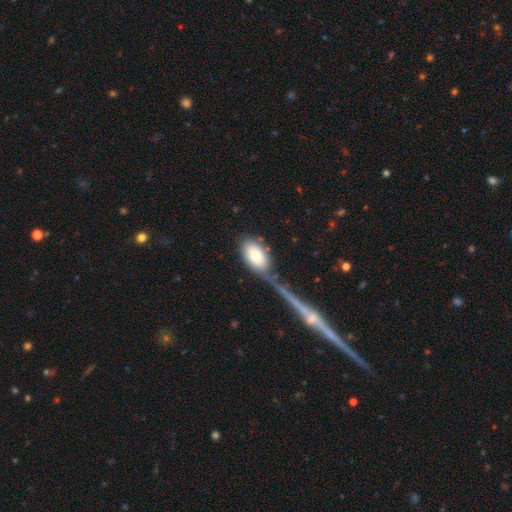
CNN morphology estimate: Overall: smooth (78%). How rounded: in between (91%). Merging: none (53%; merger 22%).